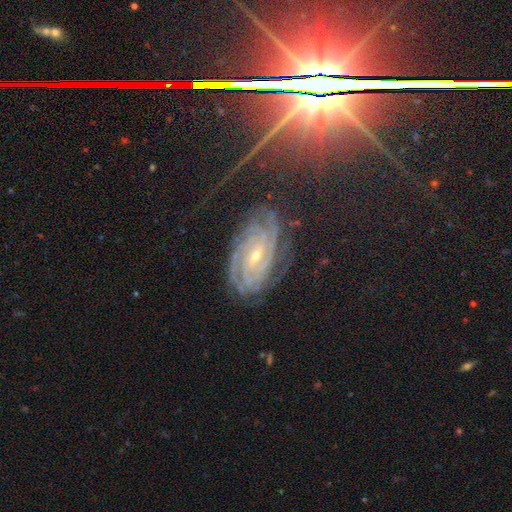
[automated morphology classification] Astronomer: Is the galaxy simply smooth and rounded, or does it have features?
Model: featured or disk — 82%.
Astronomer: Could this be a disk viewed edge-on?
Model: no — 96%.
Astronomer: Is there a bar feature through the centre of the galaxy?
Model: no — 43% (runner-up: weak, 38%).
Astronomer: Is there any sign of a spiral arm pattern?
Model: yes — 98%.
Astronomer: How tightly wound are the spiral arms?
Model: tight — 82%.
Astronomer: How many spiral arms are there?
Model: can't tell — 25% (runner-up: 4, 19%).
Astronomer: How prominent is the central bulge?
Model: small — 67%.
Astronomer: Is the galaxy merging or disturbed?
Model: none — 79%.